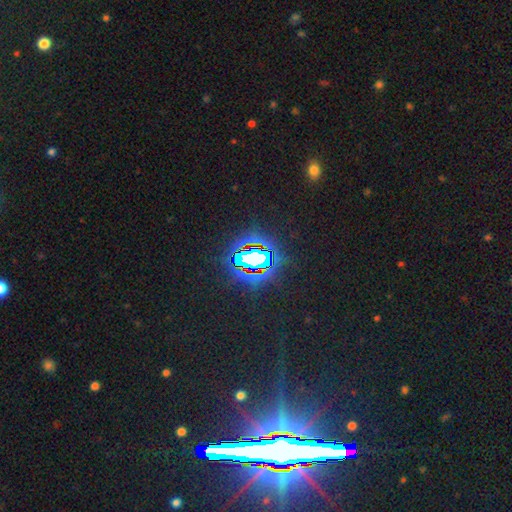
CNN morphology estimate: This appears to be a star or artifact, not a galaxy (75%).